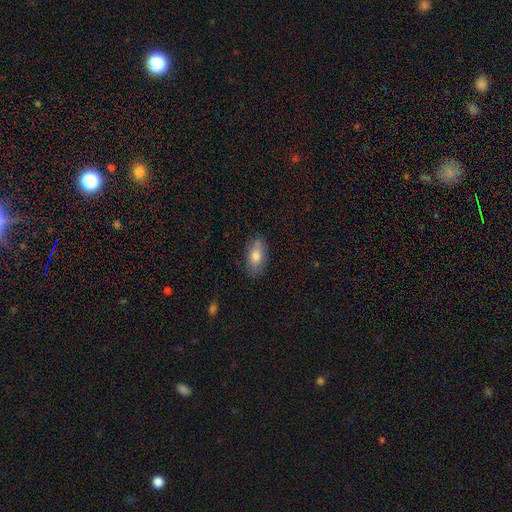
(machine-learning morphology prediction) This is likely a smooth galaxy (78%). How rounded: clearly in between (89%). Merging: likely none (78%).